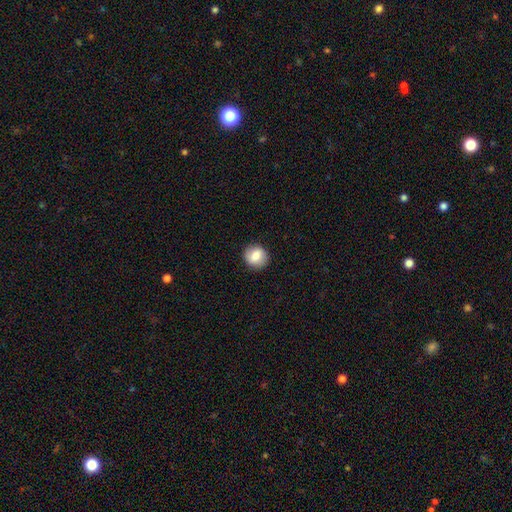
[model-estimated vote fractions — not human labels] This appears to be a smooth galaxy with no disk features (75%) that is round (85%). Merging: none (88%).